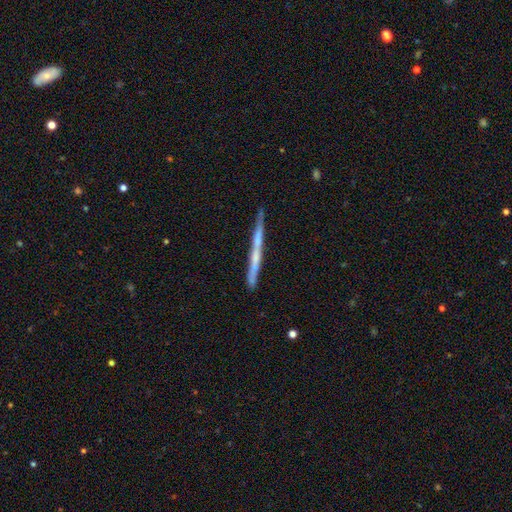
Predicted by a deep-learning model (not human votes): Smooth or featured? Predicted: featured or disk (p=0.61). Edge-on disk? Predicted: yes (p=0.97). Edge-on bulge? Predicted: none (p=0.73). Merging? Predicted: none (p=0.86).